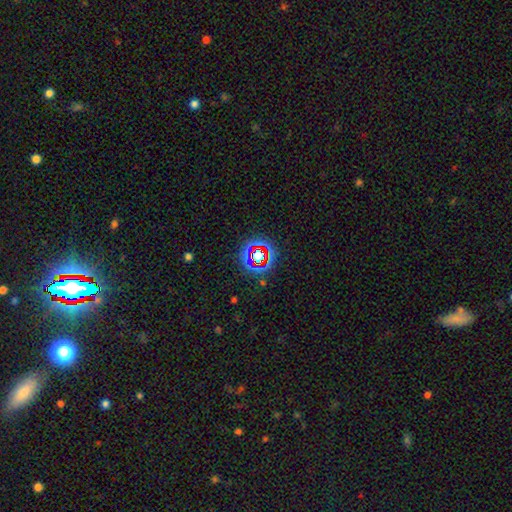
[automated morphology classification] Overall: star or artifact (71%).